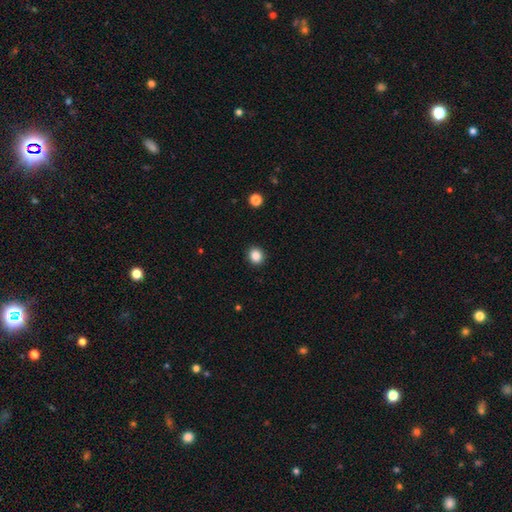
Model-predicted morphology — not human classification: type=smooth (87%); roundness=round (80%); merging=none (91%).